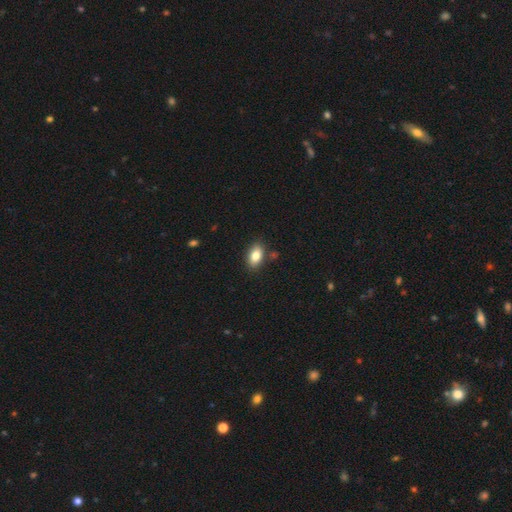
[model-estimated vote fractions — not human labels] Smooth or featured?
  - smooth: 82% *
  - featured or disk: 10%
  - star or artifact: 8%
How rounded?
  - in between: 89% *
  - round: 9%
  - cigar-shaped: 2%
Merging?
  - none: 83% *
  - minor disturbance: 11%
  - merger: 4%
  - major disturbance: 2%